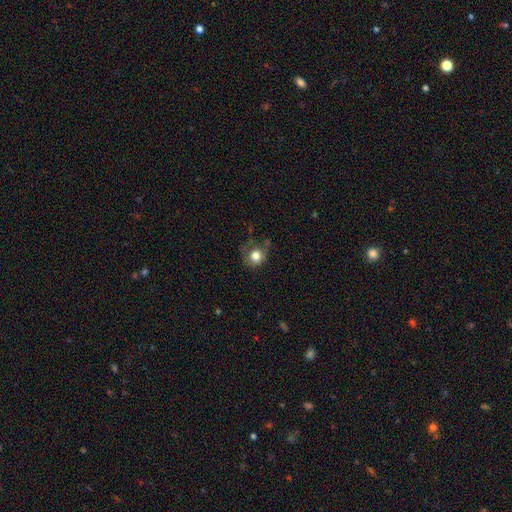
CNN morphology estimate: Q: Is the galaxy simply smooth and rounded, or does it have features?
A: smooth — 77%.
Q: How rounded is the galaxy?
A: round — 84%.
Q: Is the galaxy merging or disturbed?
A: none — 54%.